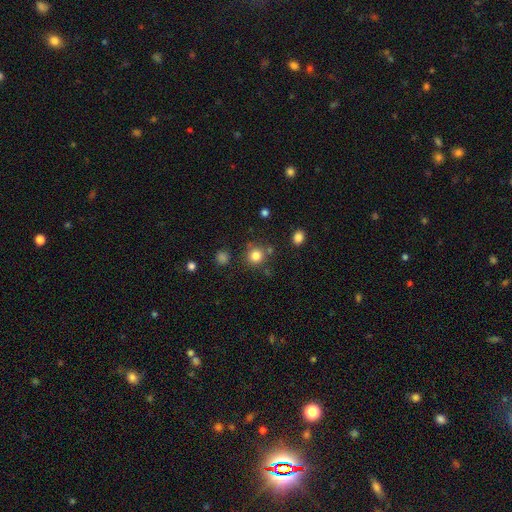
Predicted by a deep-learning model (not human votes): smooth 82%, star or artifact 12%, featured or disk 6%. Down the decision tree: how rounded — round (91%); merging — none (79%).